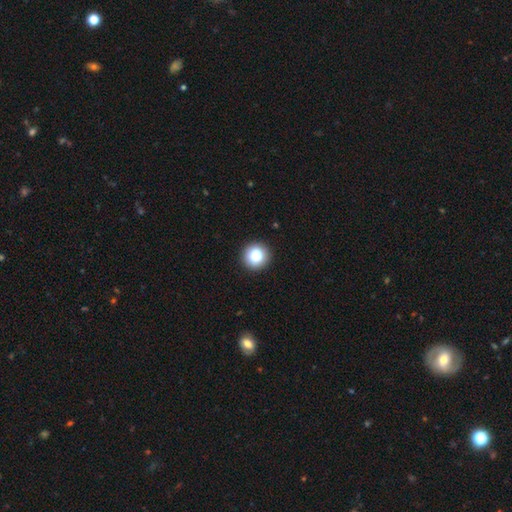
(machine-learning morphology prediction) The model was most divided on "smooth or featured": smooth: 86%, star or artifact: 9%, featured or disk: 5%. More confident: how rounded — round (94%); merging — none (92%).